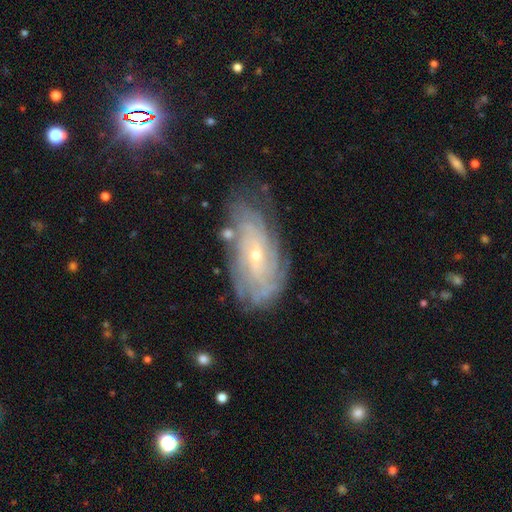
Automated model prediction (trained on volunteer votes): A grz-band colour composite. It shows a featured or disk galaxy (81%) with no bar (64%), tight (73%) spiral arms (93%) and a small central bulge (74%). Merging: none (69%).